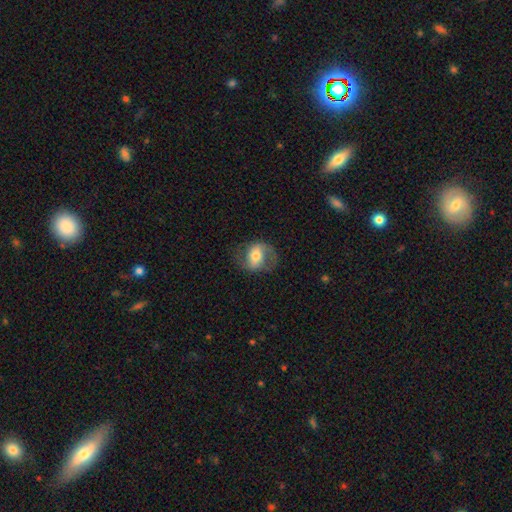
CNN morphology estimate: This is possibly a featured or disk galaxy (57%). It is clearly not viewed edge-on (95%). Bar: marginally weak (37%). Spiral arm pattern: likely yes (77%). Central bulge: likely moderate (61%). Merging: likely none (70%).